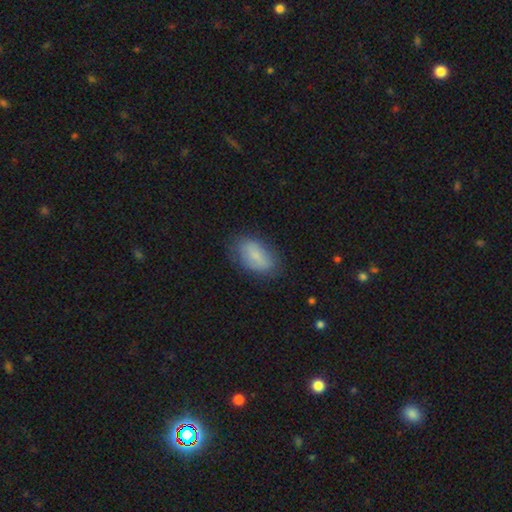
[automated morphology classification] smooth-or-featured: smooth: 74% | featured or disk: 18% | star or artifact: 8%
  how-rounded: in between: 92% | round: 6% | cigar-shaped: 2%
  merging: none: 73% | minor disturbance: 20% | major disturbance: 6% | merger: 1%